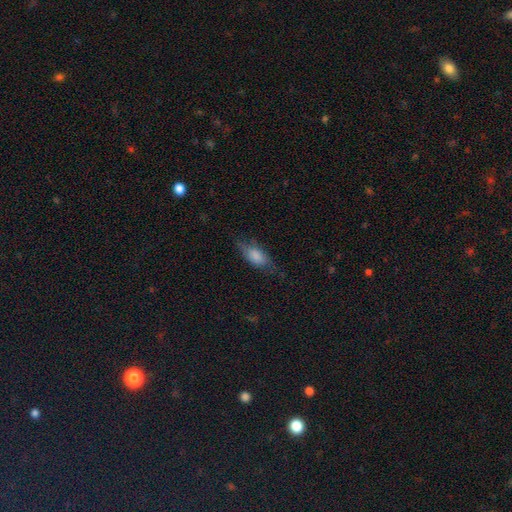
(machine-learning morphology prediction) The model was most divided on "merging": none: 62%, minor disturbance: 26%, major disturbance: 11%, merger: 1%. More confident: how rounded — in between (80%); smooth or featured — smooth (73%).